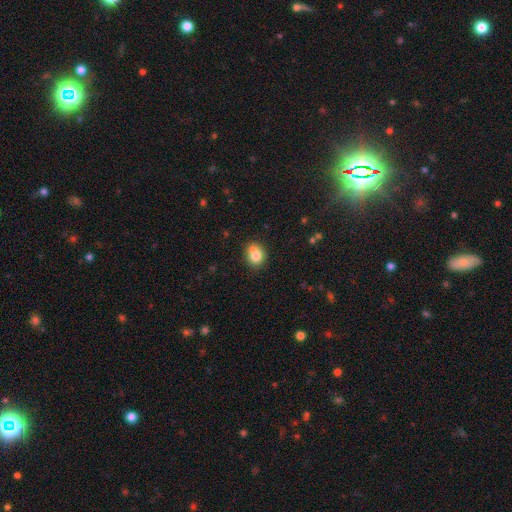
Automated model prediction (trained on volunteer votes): A smooth galaxy with no disk features (79%) that is round (56%). Merging: none (60%).